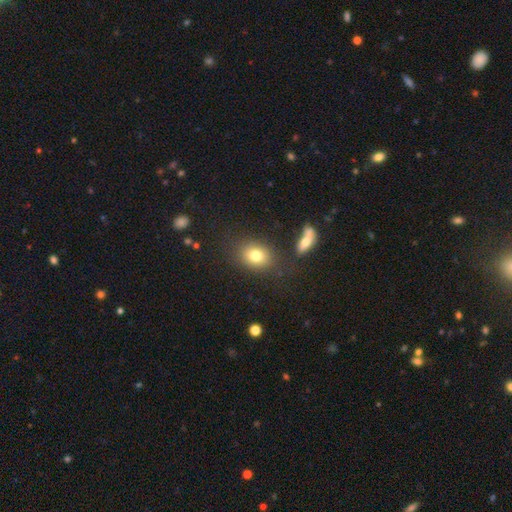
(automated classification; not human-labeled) Smooth or featured? smooth (79%)
How rounded? in between (55%)
Merging? none (79%)